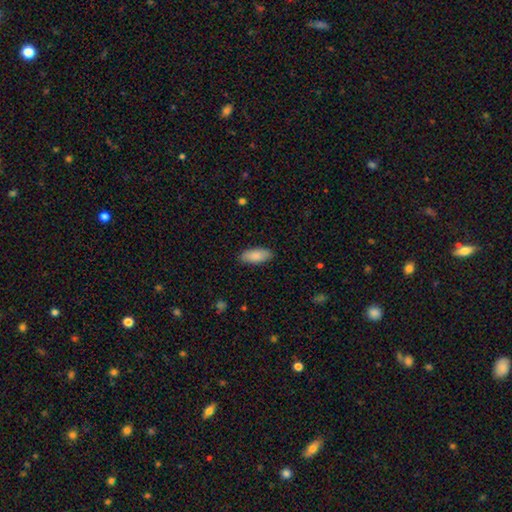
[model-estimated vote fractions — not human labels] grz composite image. It shows a smooth galaxy with no disk features (86%) that is in between round and cigar-shaped (87%). Merging: none (87%).